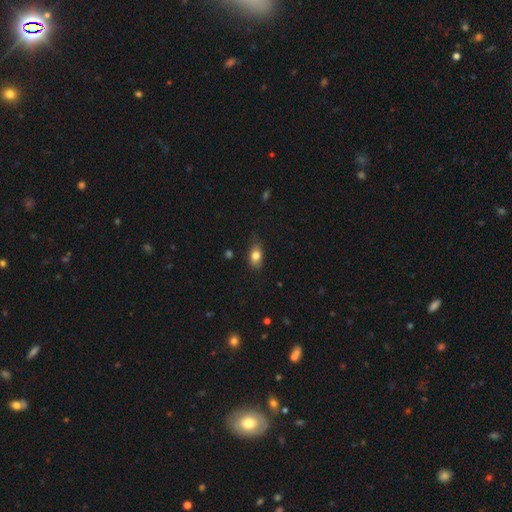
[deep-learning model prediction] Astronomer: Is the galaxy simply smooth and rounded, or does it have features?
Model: smooth — 79%.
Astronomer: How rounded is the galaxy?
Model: in between — 81%.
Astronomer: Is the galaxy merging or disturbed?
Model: none — 67%.